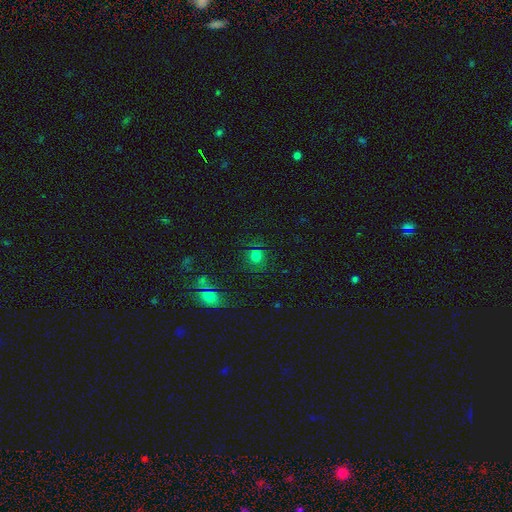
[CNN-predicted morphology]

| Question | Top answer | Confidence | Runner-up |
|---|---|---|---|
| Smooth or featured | smooth | 68% | star or artifact (26%) |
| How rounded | round | 81% | in between (18%) |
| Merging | none | 80% | minor disturbance (12%) |